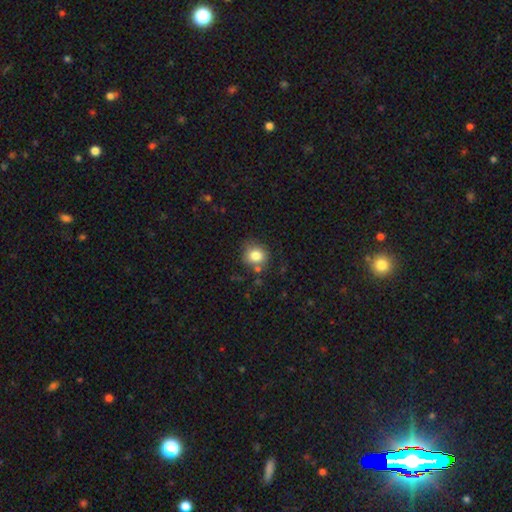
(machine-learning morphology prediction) Smooth or featured? smooth (81%)
How rounded? round (80%)
Merging? none (74%)